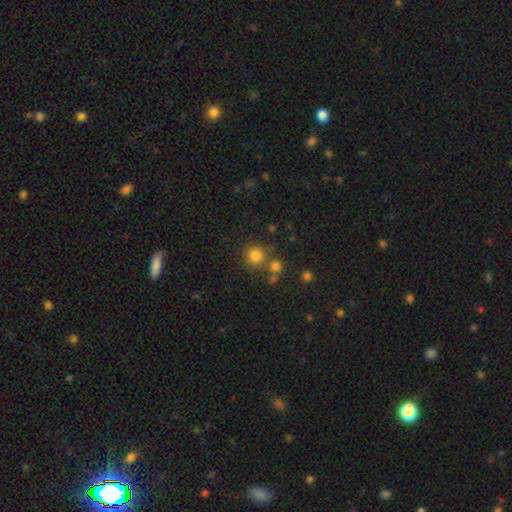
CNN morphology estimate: Smooth or featured? Predicted: smooth (p=0.80). How rounded? Predicted: round (p=0.92). Merging? Predicted: none (p=0.71).